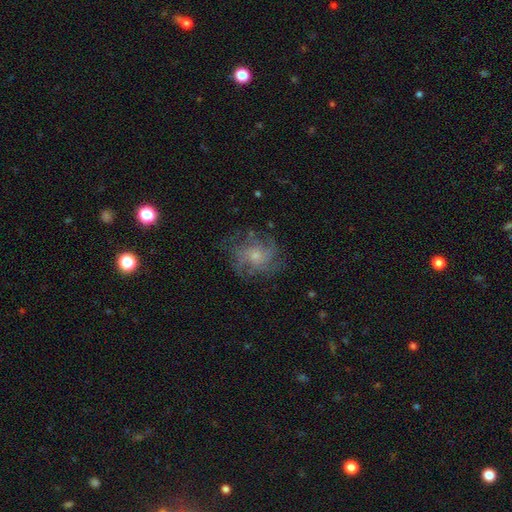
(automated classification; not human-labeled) Morphology: type=featured or disk (68%); edge-on=no (97%); bar=no (79%); spiral arms=yes (85%); winding=medium (42%); arm count=can't tell (37%); bulge=small (59%); merging=none (68%).